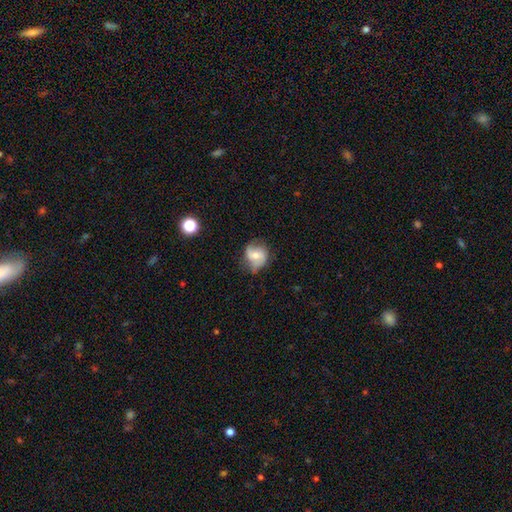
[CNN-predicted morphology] Q: Smooth or featured?
A: featured or disk (53%); runner-up: smooth (39%)
Q: Edge-on disk?
A: no (97%); runner-up: yes (3%)
Q: Bar?
A: no (45%); runner-up: weak (39%)
Q: Spiral arms?
A: yes (82%); runner-up: no (18%)
Q: Bulge size?
A: moderate (53%); runner-up: small (39%)
Q: Merging?
A: none (60%); runner-up: minor disturbance (28%)